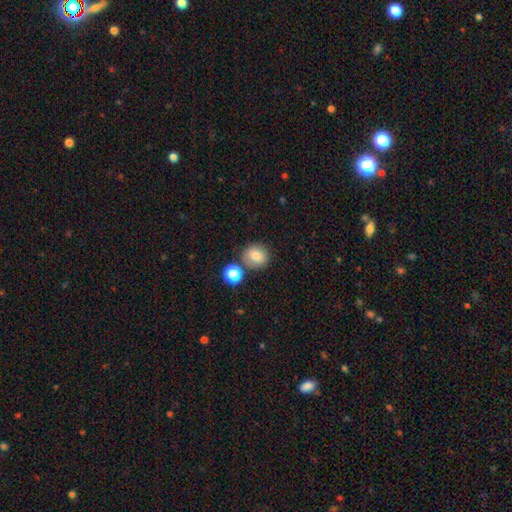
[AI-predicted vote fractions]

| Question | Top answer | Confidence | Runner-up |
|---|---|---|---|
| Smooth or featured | smooth | 80% | star or artifact (11%) |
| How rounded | round | 80% | in between (19%) |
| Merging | none | 74% | merger (12%) |